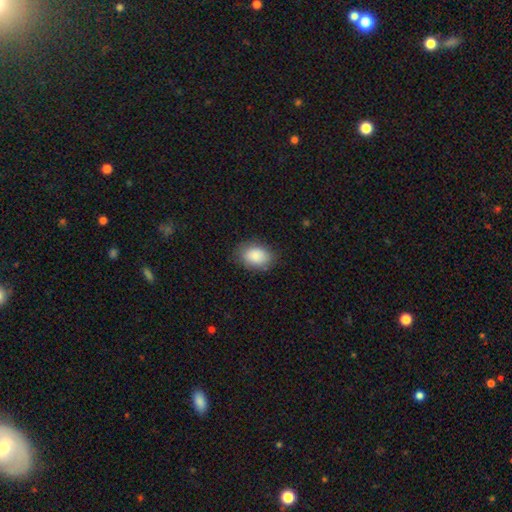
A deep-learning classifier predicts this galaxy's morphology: Smooth or featured? Predicted: smooth (p=0.86). How rounded? Predicted: in between (p=0.79). Merging? Predicted: none (p=0.81).